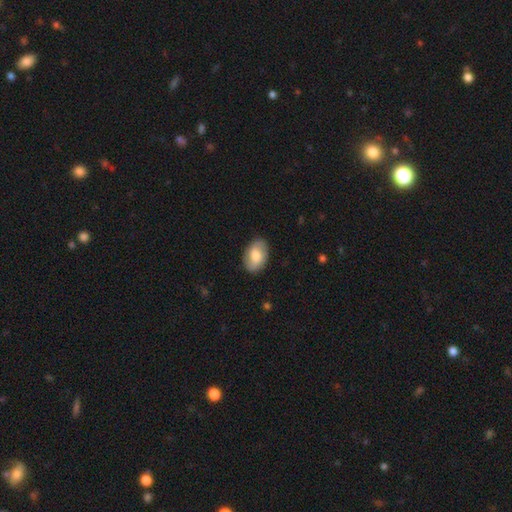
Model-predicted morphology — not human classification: Smooth or featured? smooth (60%)
How rounded? in between (88%)
Merging? none (85%)